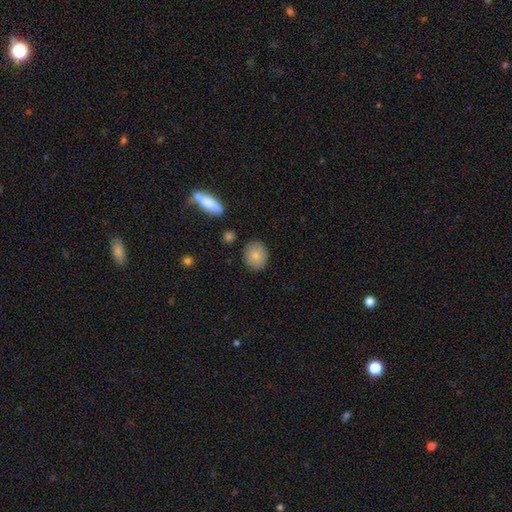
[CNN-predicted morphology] smooth 83%, featured or disk 10%, star or artifact 8%. Down the decision tree: how rounded — round (71%); merging — none (85%).